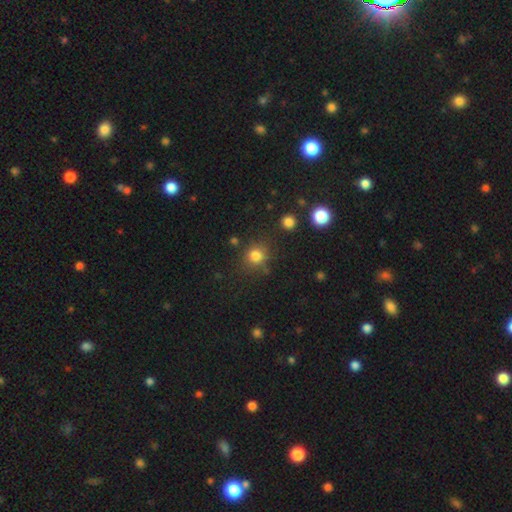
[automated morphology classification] smooth-or-featured: smooth: 81% | star or artifact: 14% | featured or disk: 6%
  how-rounded: round: 85% | in between: 14% | cigar-shaped: 1%
  merging: none: 78% | minor disturbance: 13% | merger: 5% | major disturbance: 5%